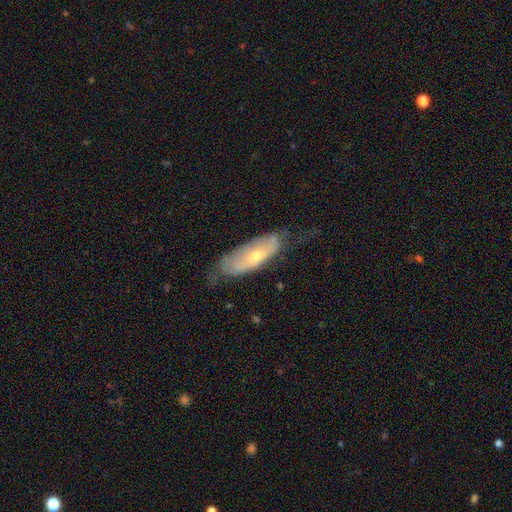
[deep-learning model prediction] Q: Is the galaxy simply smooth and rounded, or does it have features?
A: featured or disk — 55%.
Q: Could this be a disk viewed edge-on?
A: no — 75%.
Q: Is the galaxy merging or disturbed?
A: none — 51%.